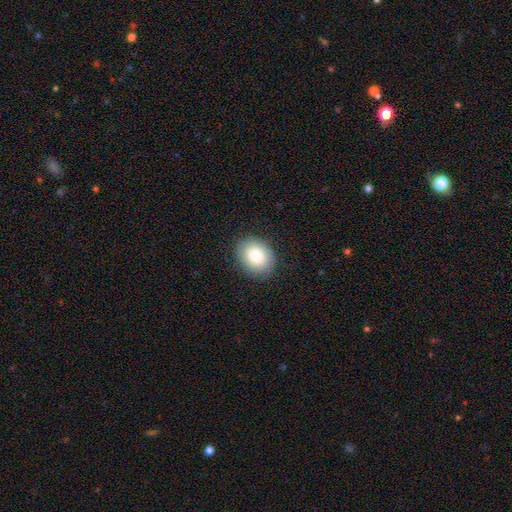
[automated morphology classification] Smooth or featured?
  - smooth: 83% *
  - featured or disk: 9%
  - star or artifact: 8%
How rounded?
  - in between: 56% *
  - round: 43%
  - cigar-shaped: 1%
Merging?
  - none: 87% *
  - minor disturbance: 10%
  - major disturbance: 3%
  - merger: 1%